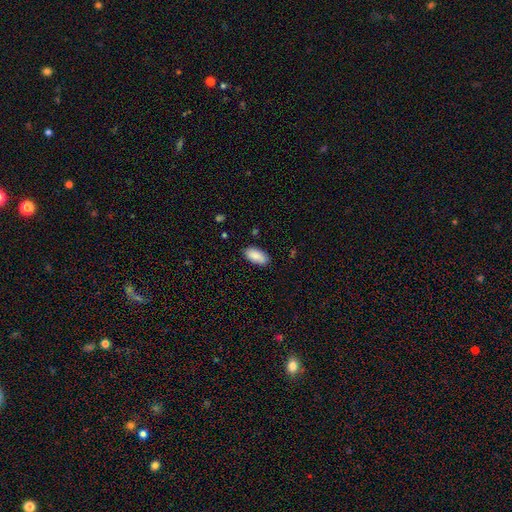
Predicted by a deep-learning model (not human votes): Smooth or featured: smooth — 88% (star or artifact — 7%)
How rounded: in between — 93% (cigar-shaped — 5%)
Merging: none — 83% (minor disturbance — 13%)